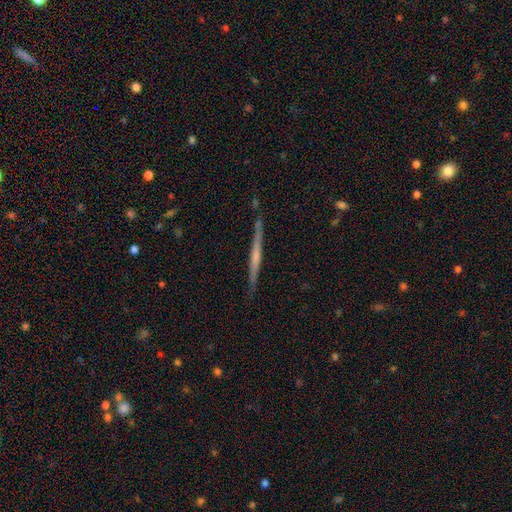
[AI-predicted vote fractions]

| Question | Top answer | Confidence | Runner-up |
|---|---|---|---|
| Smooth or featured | featured or disk | 66% | smooth (29%) |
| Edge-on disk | yes | 98% | no (2%) |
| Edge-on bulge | none | 59% | rounded (31%) |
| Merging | none | 87% | minor disturbance (10%) |